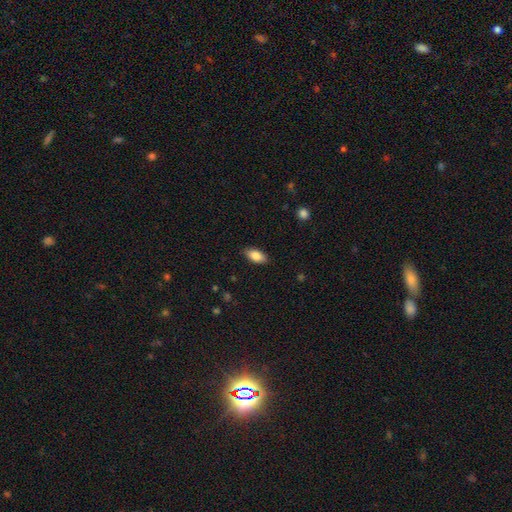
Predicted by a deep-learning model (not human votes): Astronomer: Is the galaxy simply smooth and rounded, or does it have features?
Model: smooth — 84%.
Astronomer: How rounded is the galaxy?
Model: in between — 90%.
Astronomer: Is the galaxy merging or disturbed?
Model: none — 87%.